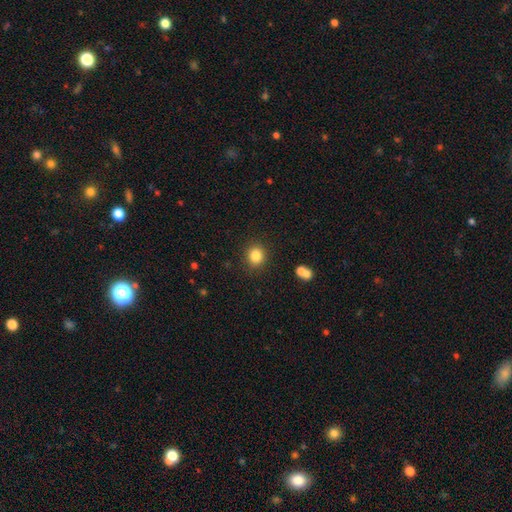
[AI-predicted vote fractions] The model was most divided on "how rounded": round: 79%, in between: 20%, cigar-shaped: 1%. More confident: merging — none (87%); smooth or featured — smooth (84%).